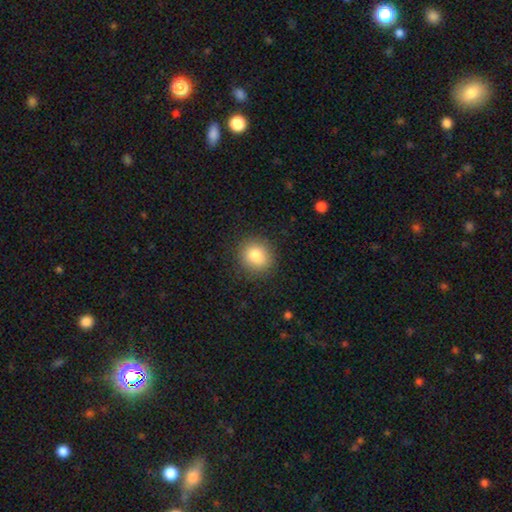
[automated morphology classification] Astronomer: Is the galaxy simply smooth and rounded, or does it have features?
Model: smooth — 83%.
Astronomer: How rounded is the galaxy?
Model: round — 84%.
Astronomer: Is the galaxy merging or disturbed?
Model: none — 88%.